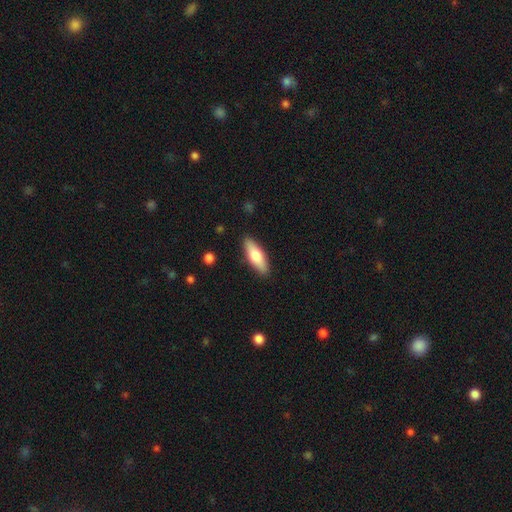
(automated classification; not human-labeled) This is likely a smooth galaxy (68%). How rounded: possibly in between (57%). Merging: clearly none (89%).